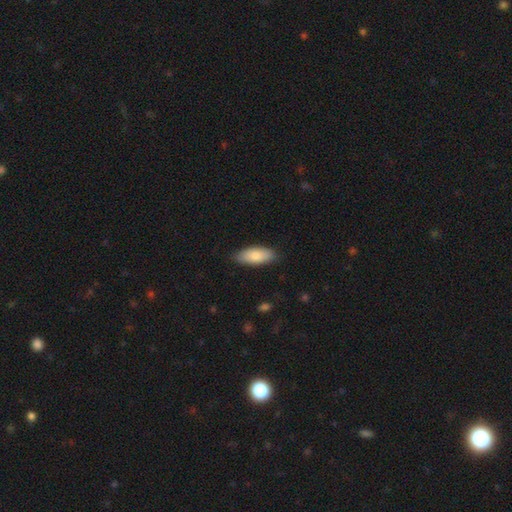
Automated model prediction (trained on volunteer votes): A smooth galaxy with no disk features (83%) that is in between round and cigar-shaped (80%).

Vote fractions:
- Smooth or featured? smooth: 83% / featured or disk: 11% / star or artifact: 6%
- How rounded? in between: 80% / cigar-shaped: 18% / round: 2%
- Merging? none: 84% / minor disturbance: 13% / major disturbance: 2% / merger: 1%